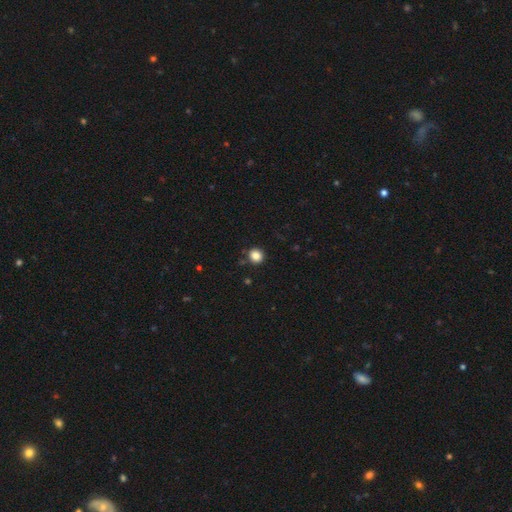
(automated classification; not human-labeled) smooth 84%, star or artifact 11%, featured or disk 5%. Down the decision tree: how rounded — round (89%); merging — none (89%).